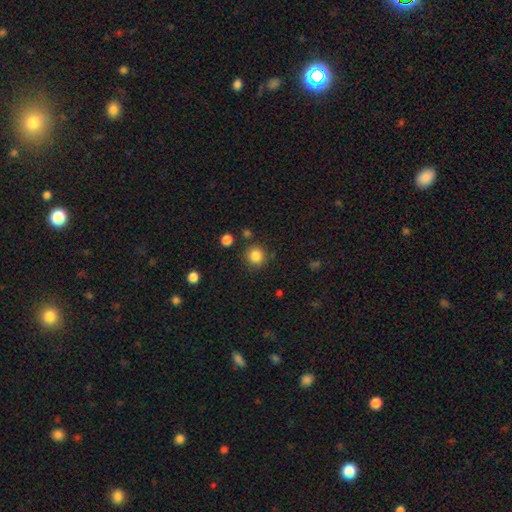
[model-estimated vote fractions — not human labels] This appears to be a smooth galaxy with no disk features (84%) that is round (92%). Merging: none (85%).